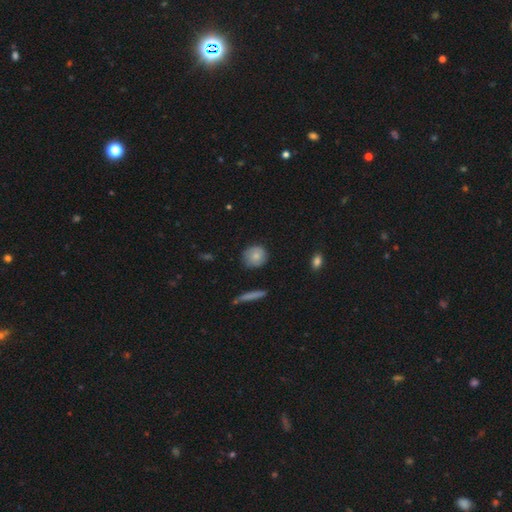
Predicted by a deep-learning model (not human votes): The model was most divided on "smooth or featured": smooth: 75%, featured or disk: 18%, star or artifact: 7%. More confident: how rounded — round (86%); merging — none (79%).